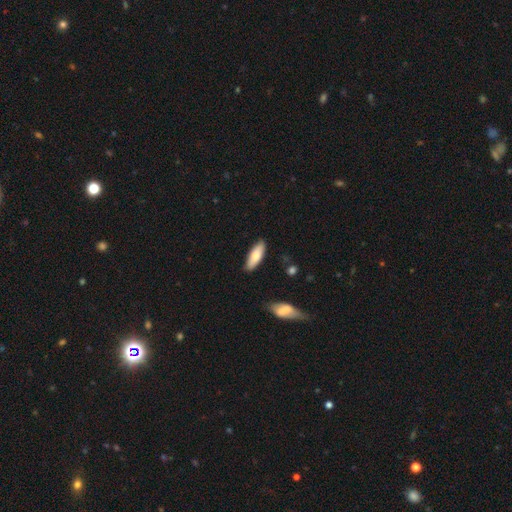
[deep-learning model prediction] The model was most divided on "how rounded": in between: 63%, cigar-shaped: 35%, round: 2%. More confident: merging — none (84%); smooth or featured — smooth (77%).